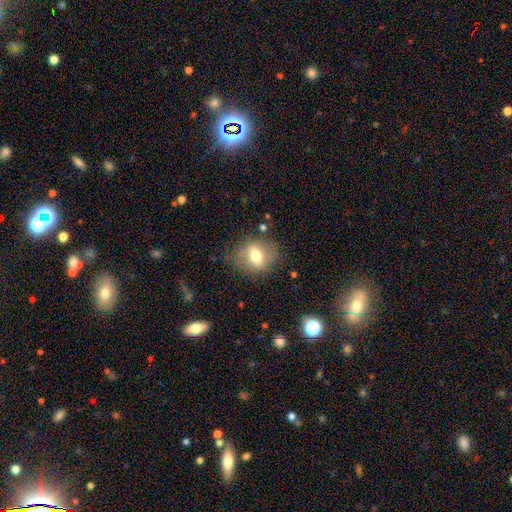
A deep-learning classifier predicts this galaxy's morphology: smooth_or_featured: smooth (p=0.62) [alt: featured or disk p=0.30]
how_rounded: round (p=0.52) [alt: in between p=0.46]
merging: none (p=0.78) [alt: minor disturbance p=0.15]